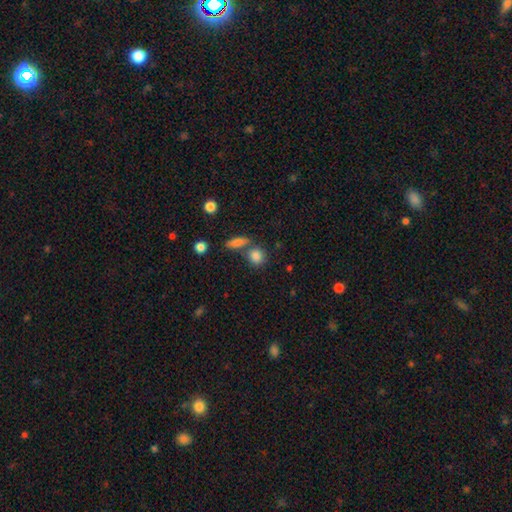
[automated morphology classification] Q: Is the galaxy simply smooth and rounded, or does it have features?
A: smooth — 84%.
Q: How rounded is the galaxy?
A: round — 65%.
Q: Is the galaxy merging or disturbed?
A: none — 59%.